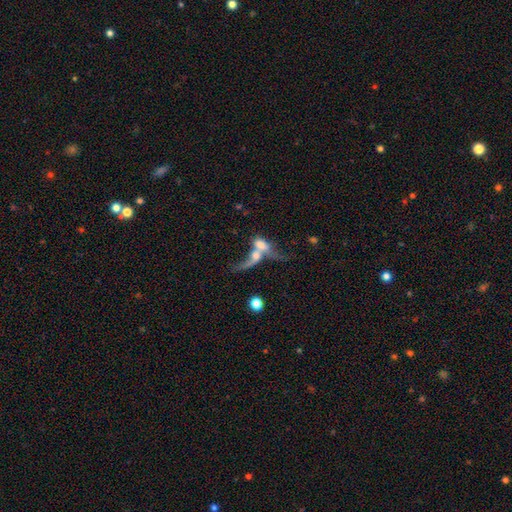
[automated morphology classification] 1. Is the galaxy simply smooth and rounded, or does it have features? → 50% featured or disk, 40% smooth, 10% star or artifact.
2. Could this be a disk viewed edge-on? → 83% no, 17% yes.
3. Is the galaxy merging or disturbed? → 74% merger, 12% major disturbance, 9% none, 5% minor disturbance.